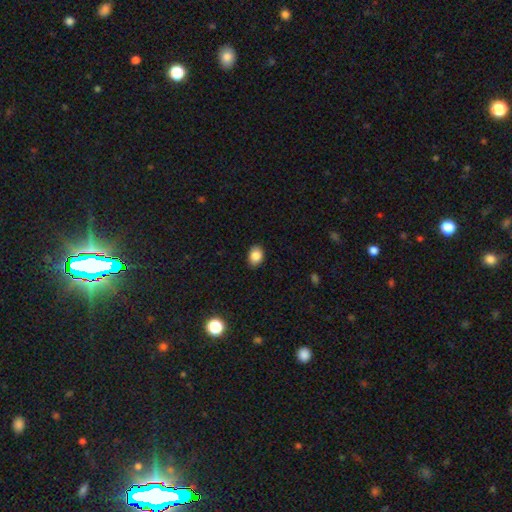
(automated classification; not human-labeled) smooth_or_featured: smooth (p=0.86) [alt: star or artifact p=0.09]
how_rounded: in between (p=0.73) [alt: round p=0.26]
merging: none (p=0.87) [alt: minor disturbance p=0.10]